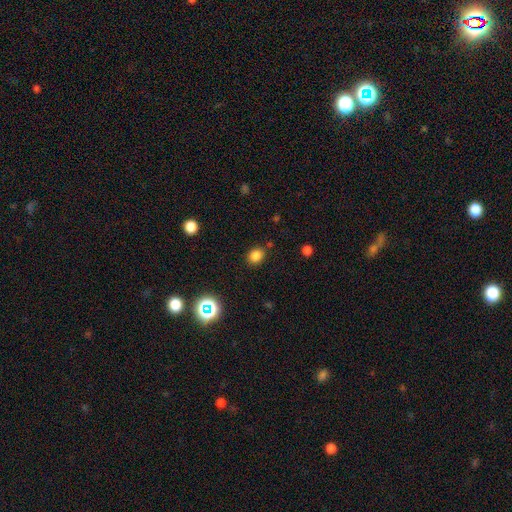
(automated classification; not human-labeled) Q: Smooth or featured?
A: smooth (82%); runner-up: star or artifact (14%)
Q: How rounded?
A: round (64%); runner-up: in between (35%)
Q: Merging?
A: none (82%); runner-up: minor disturbance (11%)